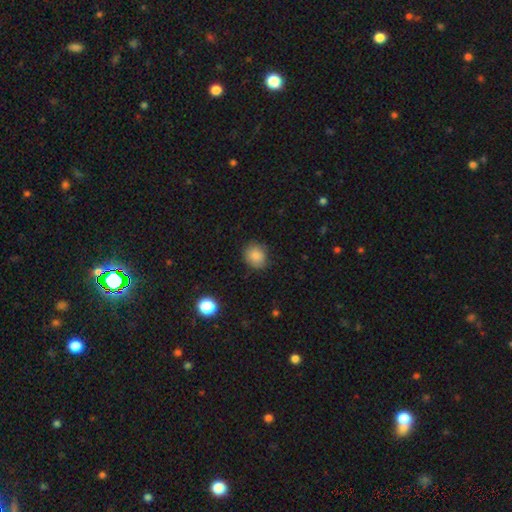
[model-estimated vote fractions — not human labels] A smooth galaxy with no disk features (86%) that is round (70%). Merging: none (80%).